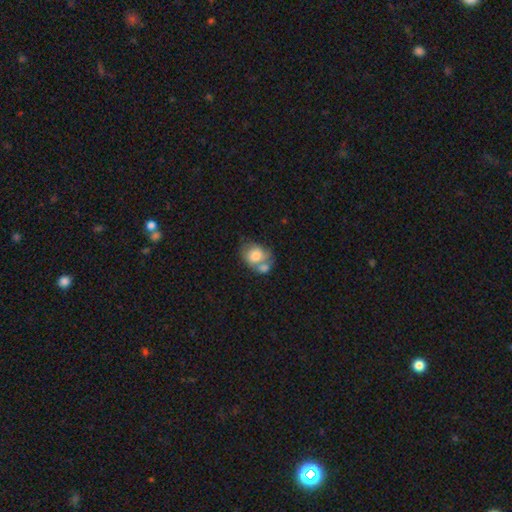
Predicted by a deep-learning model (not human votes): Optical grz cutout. It shows a smooth galaxy with no disk features (69%) that is in between round and cigar-shaped (50%). Merging: merger (52%).